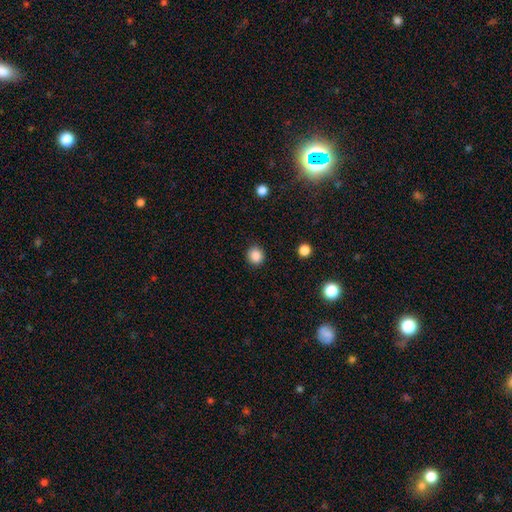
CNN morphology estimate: Smooth or featured?
  - smooth: 87% *
  - star or artifact: 10%
  - featured or disk: 3%
How rounded?
  - round: 86% *
  - in between: 13%
  - cigar-shaped: 1%
Merging?
  - none: 90% *
  - minor disturbance: 7%
  - major disturbance: 2%
  - merger: 1%